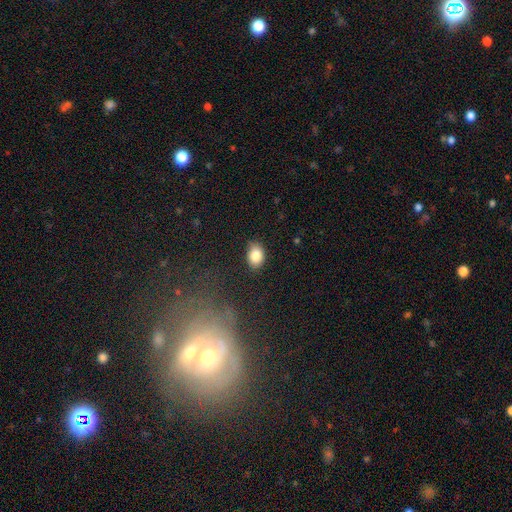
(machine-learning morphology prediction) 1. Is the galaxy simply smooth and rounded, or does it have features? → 84% smooth, 9% star or artifact, 7% featured or disk.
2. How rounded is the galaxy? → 76% in between, 23% round, 1% cigar-shaped.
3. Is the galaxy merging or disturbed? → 78% none, 17% minor disturbance, 3% major disturbance, 2% merger.